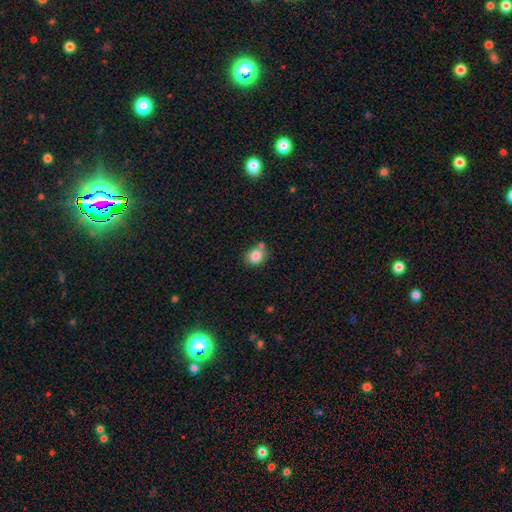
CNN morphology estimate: Smooth or featured?
  - smooth: 83% *
  - star or artifact: 9%
  - featured or disk: 7%
How rounded?
  - round: 67% *
  - in between: 32%
  - cigar-shaped: 1%
Merging?
  - none: 61% *
  - merger: 17%
  - minor disturbance: 17%
  - major disturbance: 5%